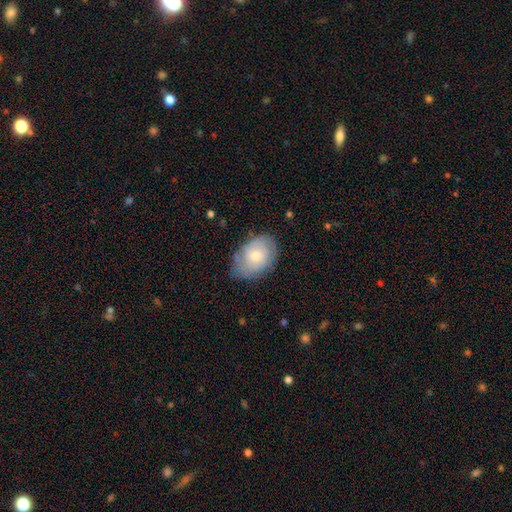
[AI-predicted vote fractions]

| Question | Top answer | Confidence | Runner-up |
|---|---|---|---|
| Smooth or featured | smooth | 61% | featured or disk (32%) |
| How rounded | in between | 80% | round (19%) |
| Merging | none | 66% | minor disturbance (26%) |